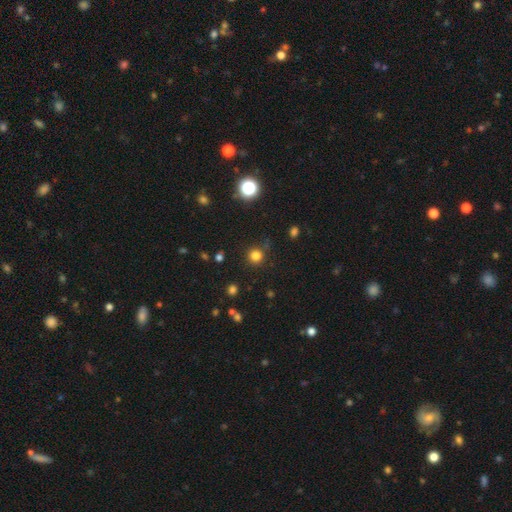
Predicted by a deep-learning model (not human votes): smooth-or-featured: smooth: 79% | star or artifact: 17% | featured or disk: 5%
  how-rounded: round: 94% | in between: 5% | cigar-shaped: 1%
  merging: none: 87% | minor disturbance: 8% | major disturbance: 3% | merger: 3%